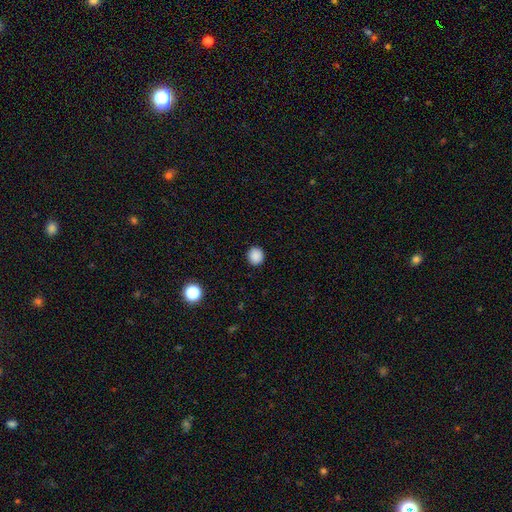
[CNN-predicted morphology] smooth-or-featured: smooth: 88% | star or artifact: 9% | featured or disk: 2%
  how-rounded: round: 89% | in between: 11% | cigar-shaped: 1%
  merging: none: 92% | minor disturbance: 5% | major disturbance: 2% | merger: 1%